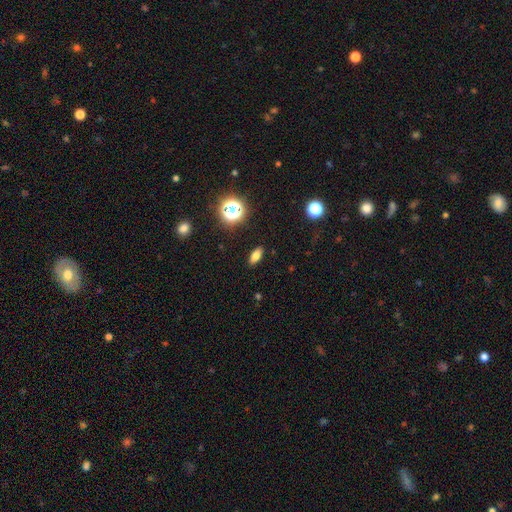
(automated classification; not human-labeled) smooth 75%, star or artifact 15%, featured or disk 10%. Down the decision tree: how rounded — in between (79%); merging — none (89%).